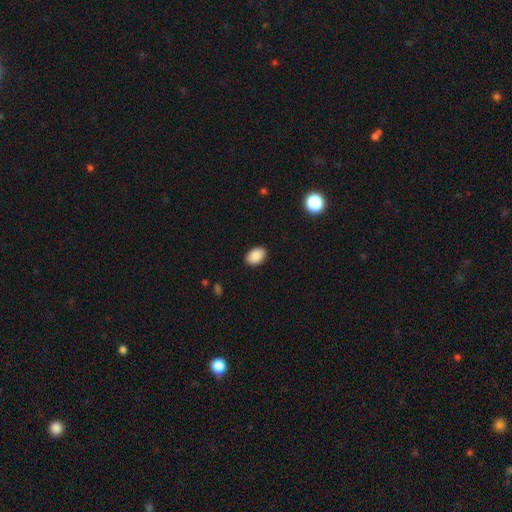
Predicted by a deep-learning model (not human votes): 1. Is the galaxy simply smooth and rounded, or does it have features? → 89% smooth, 7% star or artifact, 3% featured or disk.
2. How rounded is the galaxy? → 88% in between, 11% round, 1% cigar-shaped.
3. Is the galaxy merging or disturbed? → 89% none, 8% minor disturbance, 2% major disturbance, 1% merger.